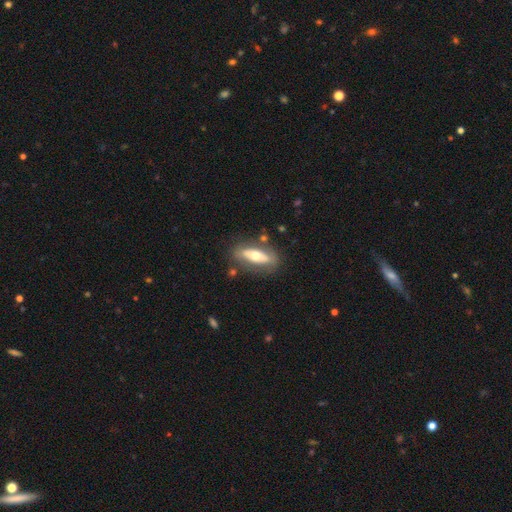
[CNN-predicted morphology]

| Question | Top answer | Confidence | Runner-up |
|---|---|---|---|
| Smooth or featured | featured or disk | 48% | smooth (46%) |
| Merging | none | 73% | minor disturbance (16%) |